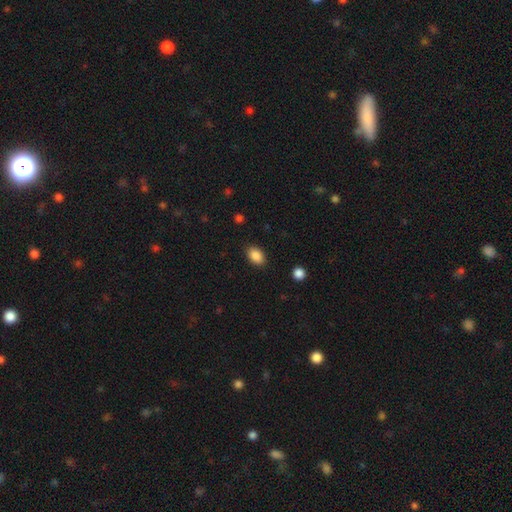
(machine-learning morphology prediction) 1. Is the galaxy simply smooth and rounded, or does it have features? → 88% smooth, 8% star or artifact, 4% featured or disk.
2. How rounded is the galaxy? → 87% in between, 12% round, 1% cigar-shaped.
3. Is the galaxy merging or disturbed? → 87% none, 9% minor disturbance, 2% major disturbance, 1% merger.